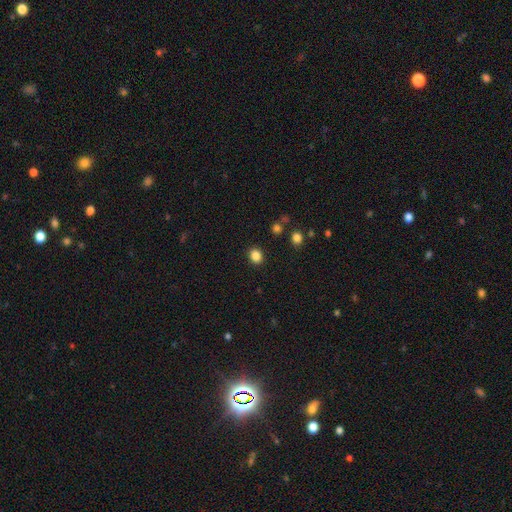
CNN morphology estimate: Smooth or featured? smooth (86%)
How rounded? round (57%)
Merging? none (89%)